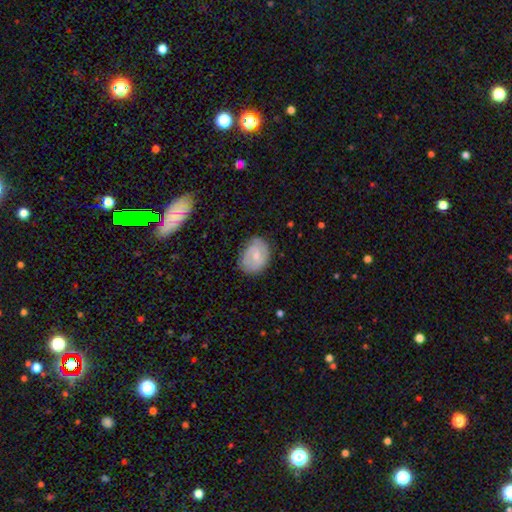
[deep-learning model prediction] Smooth or featured: featured or disk — 49% (smooth — 45%)
Merging: none — 73% (minor disturbance — 21%)